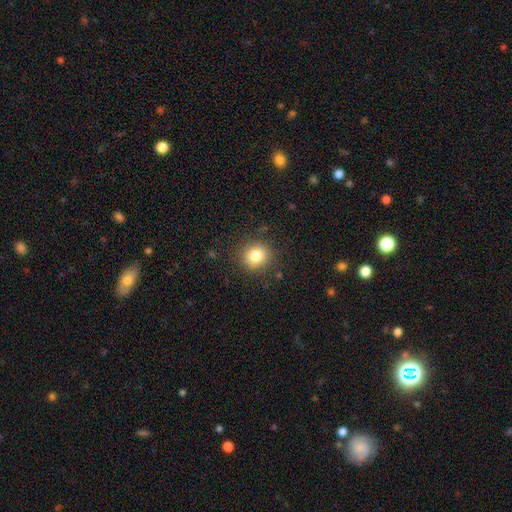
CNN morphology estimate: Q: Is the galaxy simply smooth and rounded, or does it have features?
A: smooth — 82%.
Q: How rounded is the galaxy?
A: round — 85%.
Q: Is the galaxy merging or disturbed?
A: none — 87%.